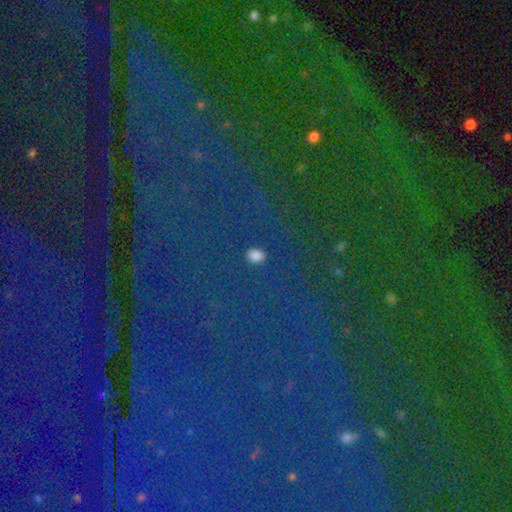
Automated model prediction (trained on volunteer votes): Smooth or featured: smooth — 58% (star or artifact — 35%)
How rounded: round — 64% (in between — 33%)
Merging: none — 86% (minor disturbance — 8%)